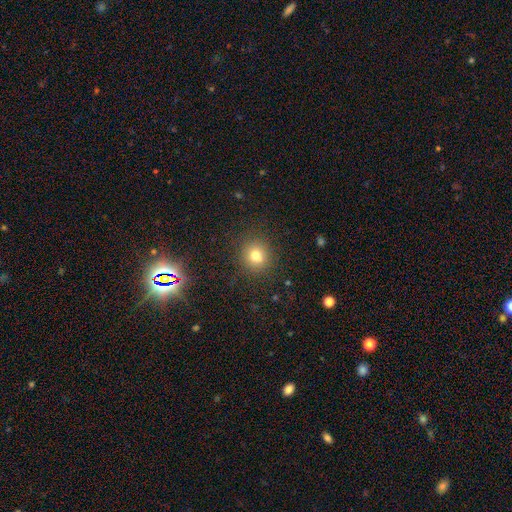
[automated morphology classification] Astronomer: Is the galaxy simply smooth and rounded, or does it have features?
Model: smooth — 77%.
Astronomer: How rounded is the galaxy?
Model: round — 86%.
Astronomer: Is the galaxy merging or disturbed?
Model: none — 86%.